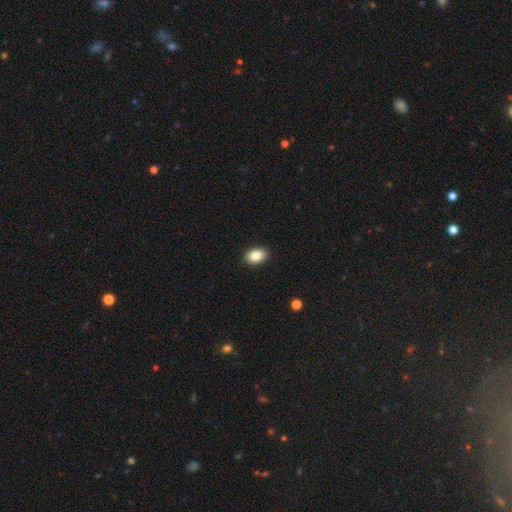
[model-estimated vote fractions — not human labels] This is clearly a smooth galaxy (86%). How rounded: clearly in between (81%). Merging: clearly none (90%).